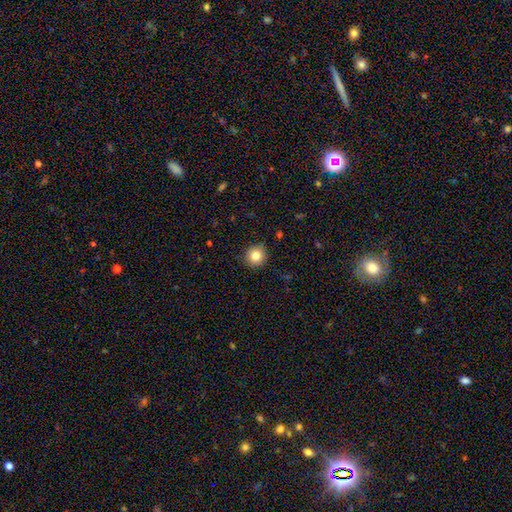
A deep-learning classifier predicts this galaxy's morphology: Smooth or featured: smooth — 83% (star or artifact — 11%)
How rounded: round — 94% (in between — 5%)
Merging: none — 90% (minor disturbance — 7%)